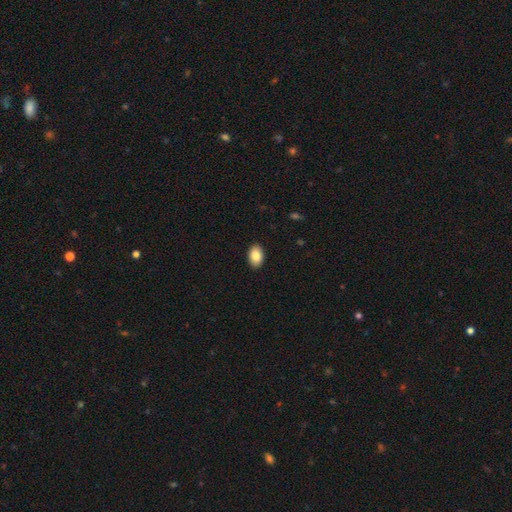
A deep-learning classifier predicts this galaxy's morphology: smooth 86%, star or artifact 7%, featured or disk 7%. Down the decision tree: how rounded — in between (89%); merging — none (91%).